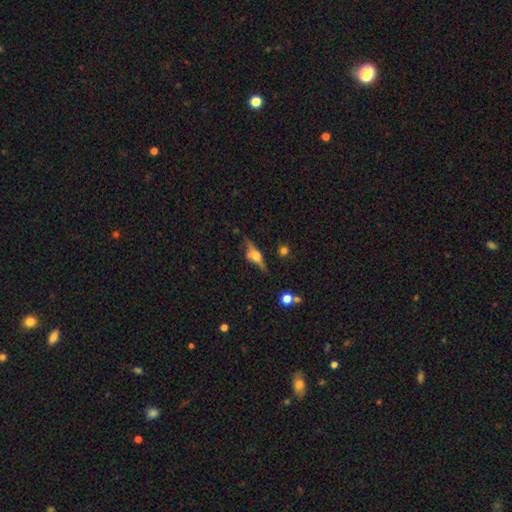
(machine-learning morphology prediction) Smooth or featured?
  - featured or disk: 66% *
  - smooth: 26%
  - star or artifact: 9%
Edge-on disk?
  - yes: 91% *
  - no: 9%
Edge-on bulge?
  - rounded: 92% *
  - boxy: 5%
  - none: 2%
Merging?
  - none: 66% *
  - minor disturbance: 20%
  - major disturbance: 8%
  - merger: 6%